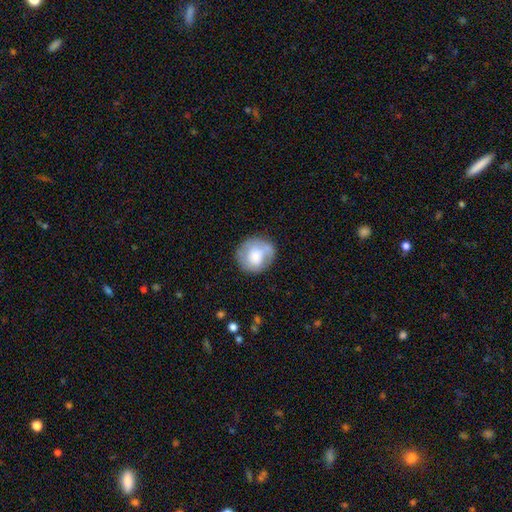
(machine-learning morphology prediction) Overall: smooth (57%; featured or disk 35%). How rounded: round (84%). Merging: none (69%).